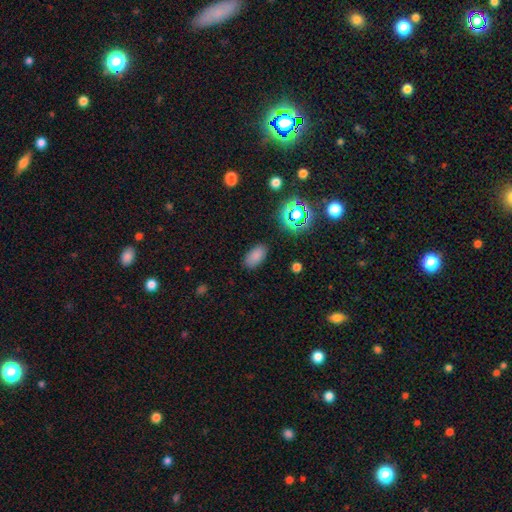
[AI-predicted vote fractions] This appears to be a smooth galaxy with no disk features (80%) that is in between round and cigar-shaped (93%). Merging: none (86%).